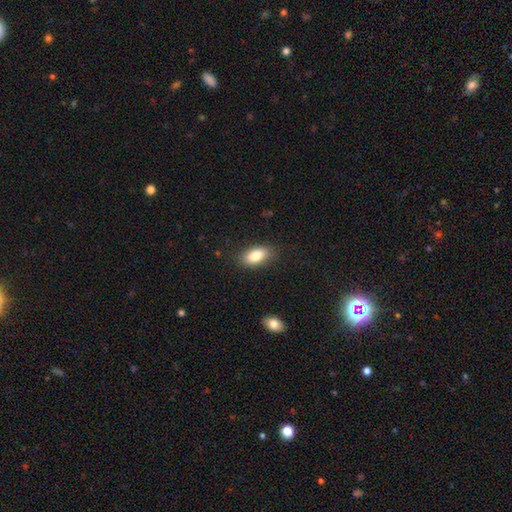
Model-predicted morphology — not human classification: The model was most divided on "smooth or featured": smooth: 82%, featured or disk: 11%, star or artifact: 7%. More confident: how rounded — in between (88%); merging — none (84%).